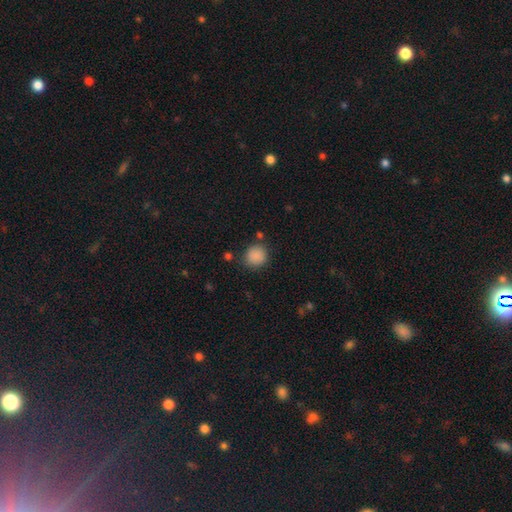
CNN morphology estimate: This is clearly a smooth galaxy (87%). How rounded: clearly round (86%). Merging: clearly none (81%).